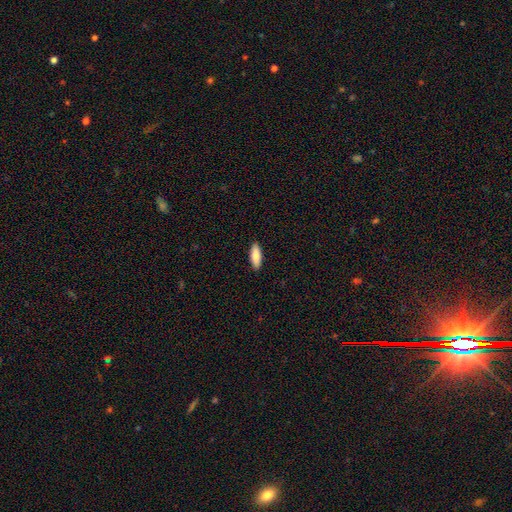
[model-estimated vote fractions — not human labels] Smooth or featured? smooth (83%)
How rounded? in between (62%)
Merging? none (90%)